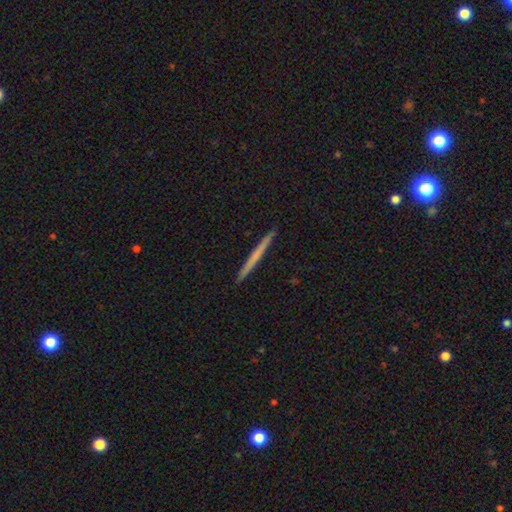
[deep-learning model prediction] Smooth or featured: smooth — 50% (featured or disk — 44%)
How rounded: cigar-shaped — 97% (in between — 2%)
Merging: none — 93% (minor disturbance — 5%)